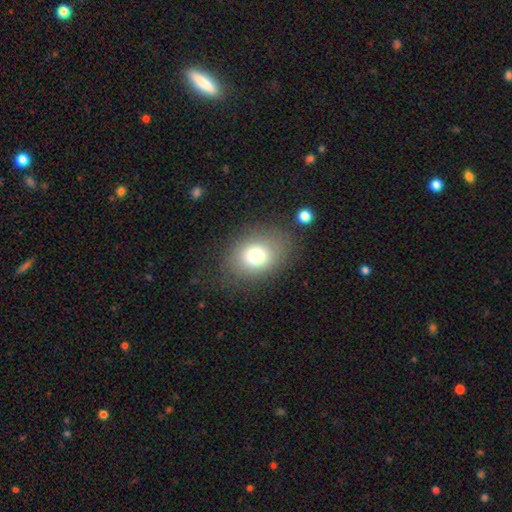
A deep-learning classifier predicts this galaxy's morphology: This appears to be a smooth galaxy with no disk features (73%) that is in between round and cigar-shaped (52%). Merging: none (79%).